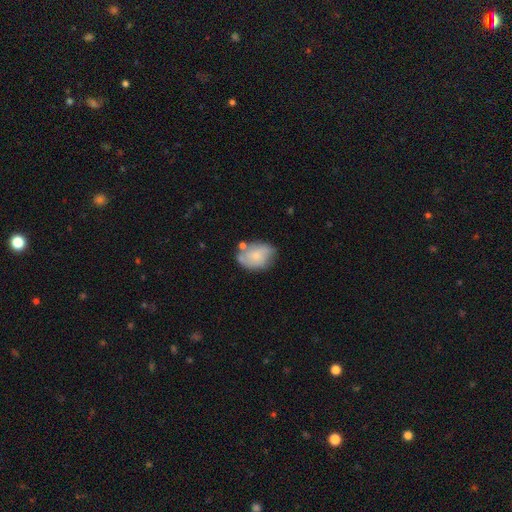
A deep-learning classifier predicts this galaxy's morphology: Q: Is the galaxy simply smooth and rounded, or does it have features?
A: smooth — 60%.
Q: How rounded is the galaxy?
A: in between — 76%.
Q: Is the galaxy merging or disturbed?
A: none — 54%.